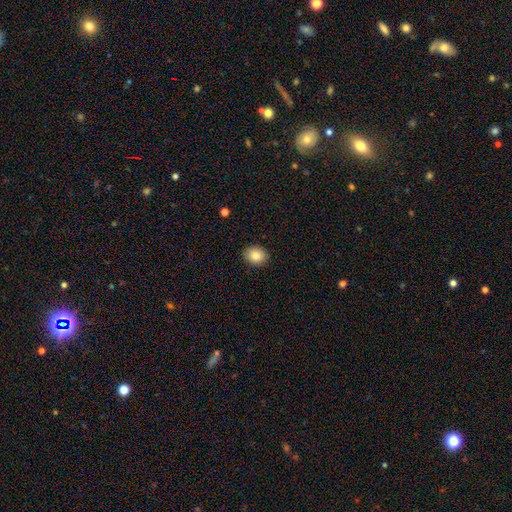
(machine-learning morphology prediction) This is clearly a smooth galaxy (85%). How rounded: possibly round (52%). Merging: clearly none (90%).